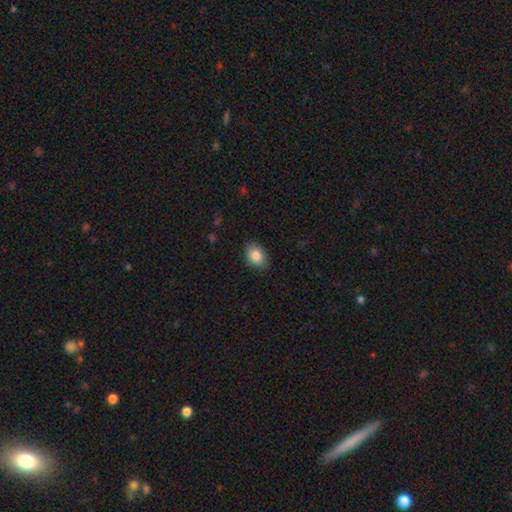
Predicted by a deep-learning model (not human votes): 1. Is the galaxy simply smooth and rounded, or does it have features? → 86% smooth, 8% star or artifact, 7% featured or disk.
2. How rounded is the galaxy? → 79% in between, 19% round, 1% cigar-shaped.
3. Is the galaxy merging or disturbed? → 85% none, 11% minor disturbance, 2% major disturbance, 1% merger.